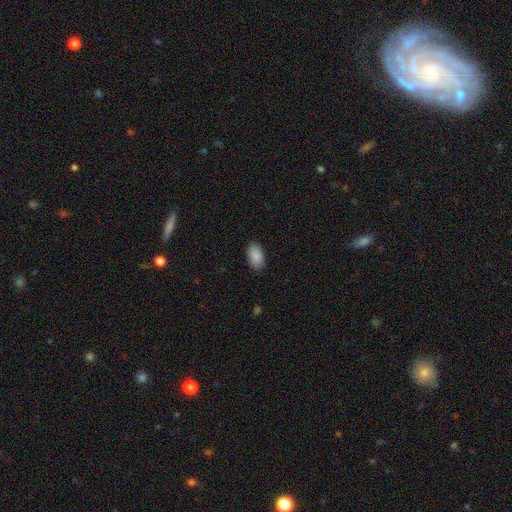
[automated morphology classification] Smooth or featured: smooth — 90% (star or artifact — 7%)
How rounded: in between — 94% (round — 4%)
Merging: none — 86% (minor disturbance — 10%)